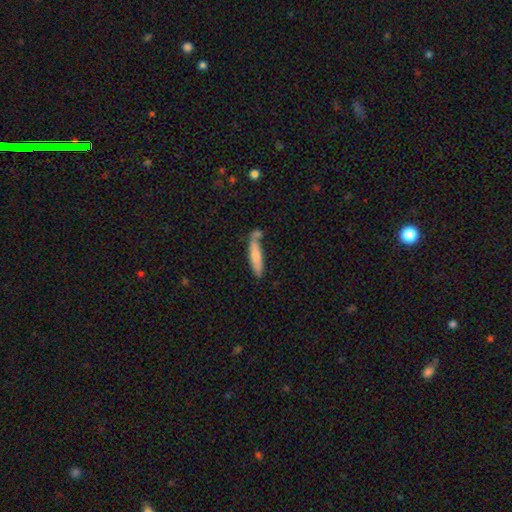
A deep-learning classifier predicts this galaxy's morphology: Overall: smooth (72%). How rounded: cigar-shaped (77%). Merging: none (54%; merger 22%).